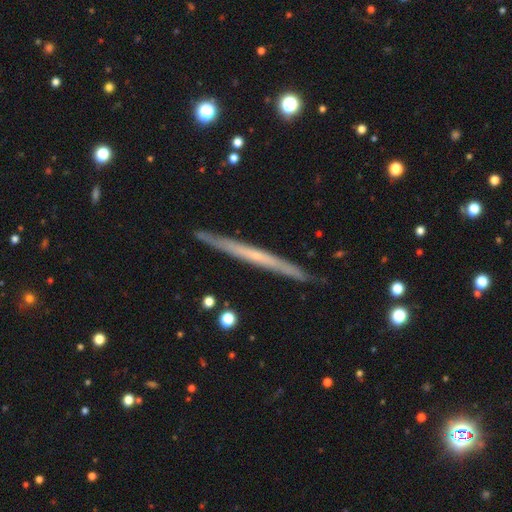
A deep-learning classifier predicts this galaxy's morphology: A featured or disk galaxy (65%) viewed edge-on (97%) with no central bulge (80%).

Vote fractions:
- Smooth or featured? featured or disk: 65% / smooth: 30% / star or artifact: 6%
- Edge-on disk? yes: 97% / no: 3%
- Edge-on bulge? none: 80% / rounded: 17% / boxy: 3%
- Merging? none: 90% / minor disturbance: 7% / major disturbance: 1% / merger: 1%